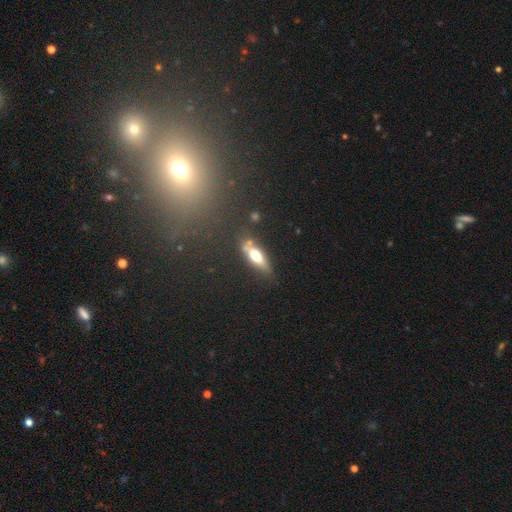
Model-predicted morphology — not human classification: This is possibly a smooth galaxy (54%). How rounded: possibly in between (54%). Merging: likely none (66%).